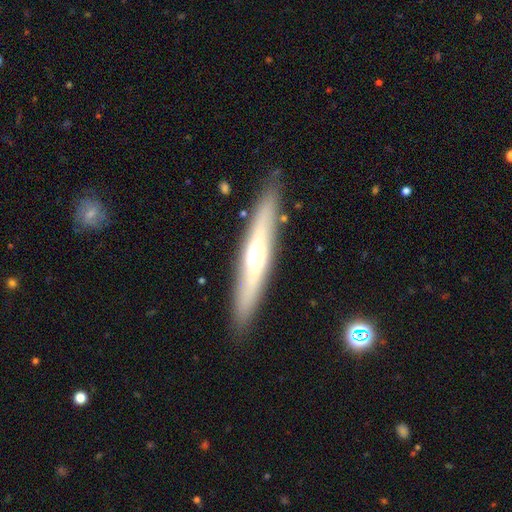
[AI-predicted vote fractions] featured or disk 56%, smooth 37%, star or artifact 6%. Down the decision tree: edge-on disk — yes (85%); merging — none (88%).